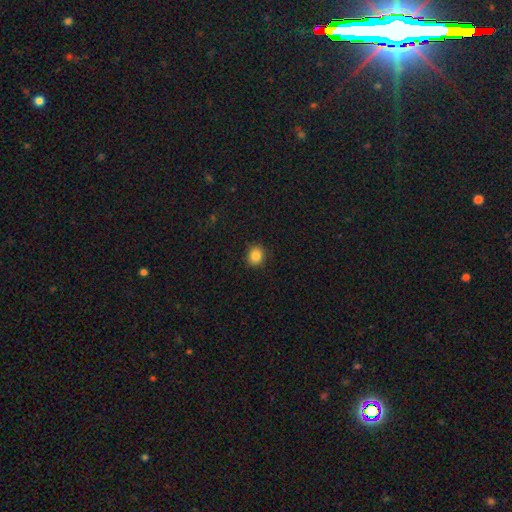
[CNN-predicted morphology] Overall: smooth (86%). How rounded: round (75%). Merging: none (90%).